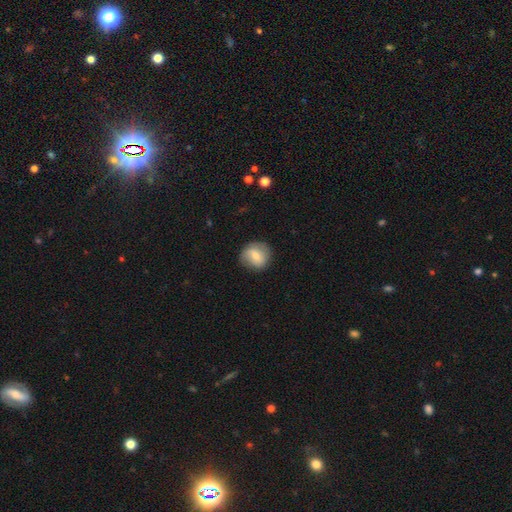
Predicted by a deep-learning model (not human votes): The model was most divided on "smooth or featured": smooth: 62%, featured or disk: 30%, star or artifact: 8%. More confident: how rounded — round (84%); merging — none (81%).